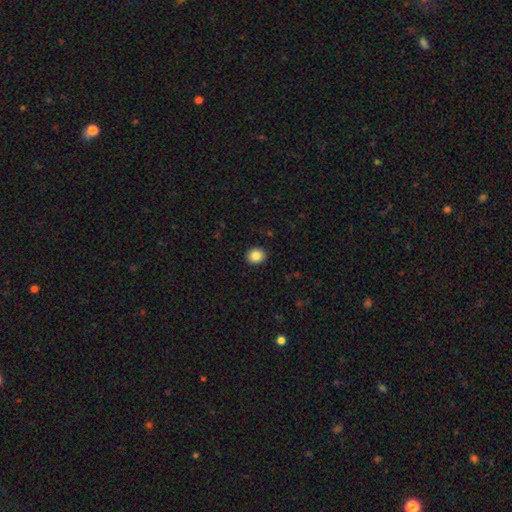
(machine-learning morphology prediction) Smooth or featured? smooth (87%)
How rounded? round (70%)
Merging? none (91%)